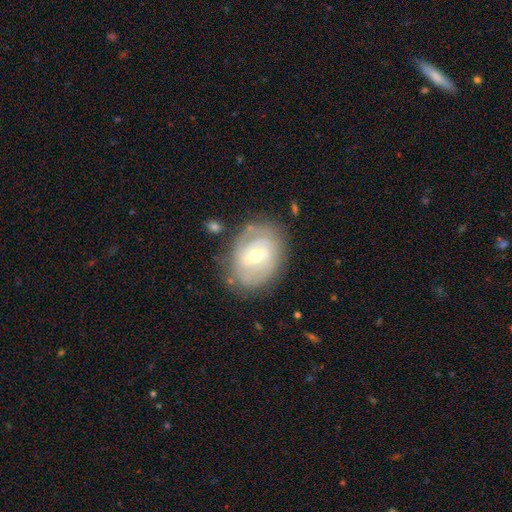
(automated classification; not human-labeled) Q: Smooth or featured?
A: featured or disk (78%); runner-up: smooth (16%)
Q: Edge-on disk?
A: no (96%); runner-up: yes (4%)
Q: Bar?
A: weak (52%); runner-up: no (31%)
Q: Spiral arms?
A: yes (88%); runner-up: no (12%)
Q: Spiral winding?
A: tight (54%); runner-up: medium (35%)
Q: Spiral arm count?
A: 2 (51%); runner-up: can't tell (27%)
Q: Bulge size?
A: moderate (54%); runner-up: small (42%)
Q: Merging?
A: none (74%); runner-up: minor disturbance (18%)